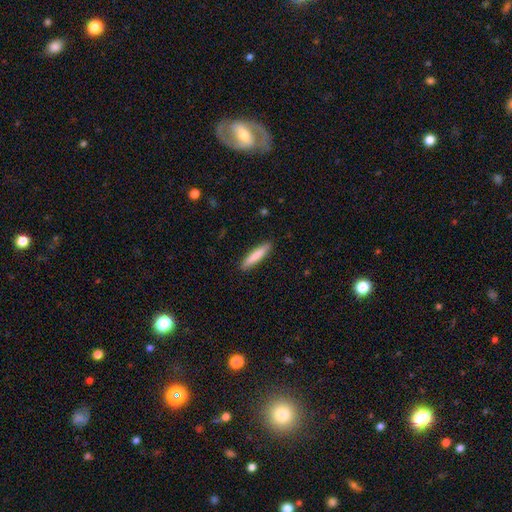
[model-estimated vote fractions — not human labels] Smooth or featured? Predicted: smooth (p=0.81). How rounded? Predicted: cigar-shaped (p=0.88). Merging? Predicted: none (p=0.90).